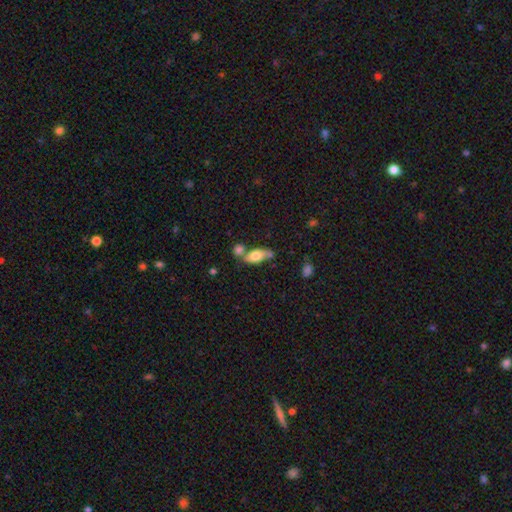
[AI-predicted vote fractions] smooth_or_featured: smooth (p=0.68) [alt: featured or disk p=0.24]
how_rounded: in between (p=0.81) [alt: cigar-shaped p=0.14]
merging: none (p=0.44) [alt: merger p=0.34]